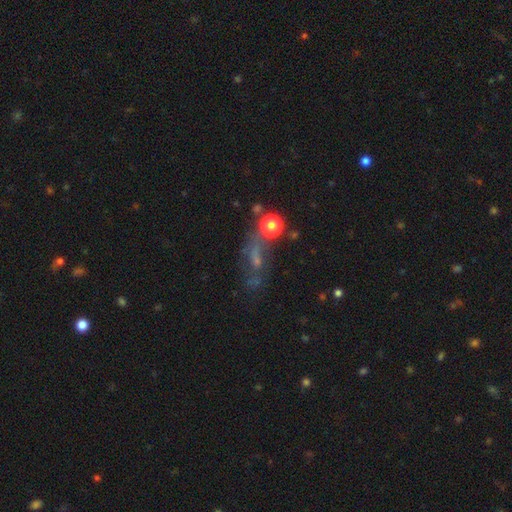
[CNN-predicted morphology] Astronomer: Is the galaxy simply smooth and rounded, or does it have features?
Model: featured or disk — 35% (runner-up: star or artifact, 34%).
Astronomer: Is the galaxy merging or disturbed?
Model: none — 43% (runner-up: major disturbance, 26%).